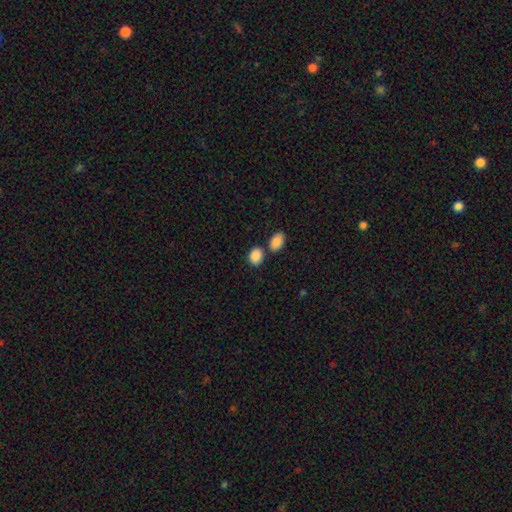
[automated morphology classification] This appears to be a smooth galaxy with no disk features (89%) that is in between round and cigar-shaped (67%). Merging: none (67%).